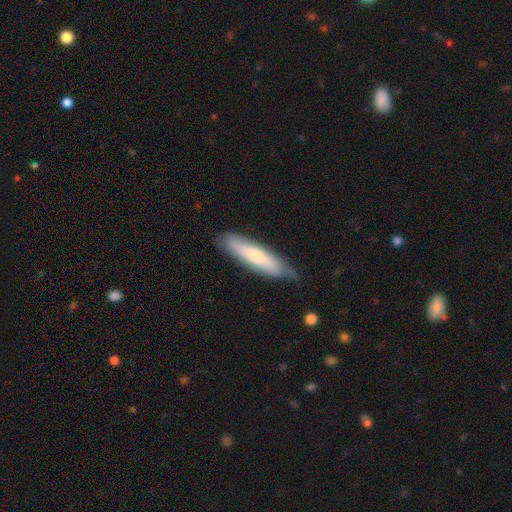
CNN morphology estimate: type=smooth (66%); roundness=cigar-shaped (77%); merging=none (74%).